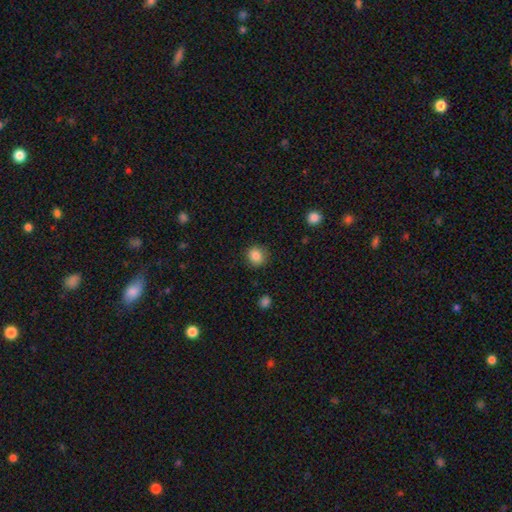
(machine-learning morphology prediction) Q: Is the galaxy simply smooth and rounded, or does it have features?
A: smooth — 86%.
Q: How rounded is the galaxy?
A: round — 83%.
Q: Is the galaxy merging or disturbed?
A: none — 88%.